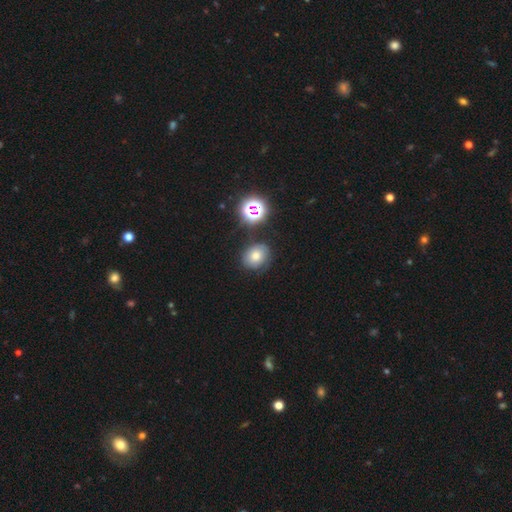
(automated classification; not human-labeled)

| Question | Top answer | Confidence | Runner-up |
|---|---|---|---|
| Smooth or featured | smooth | 61% | star or artifact (21%) |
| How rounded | round | 66% | in between (33%) |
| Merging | none | 76% | minor disturbance (15%) |